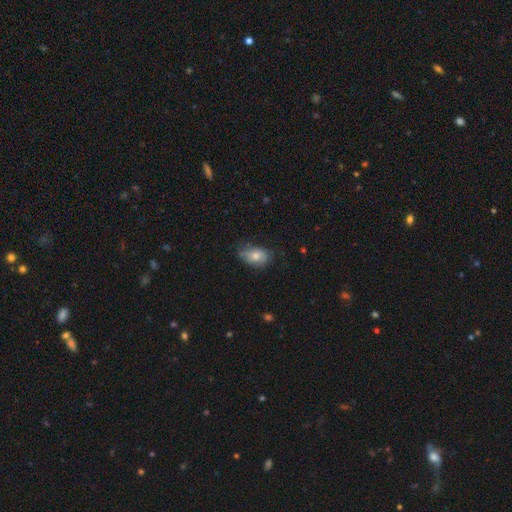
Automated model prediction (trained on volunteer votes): Morphology: type=smooth (75%); roundness=in between (85%); merging=none (61%).